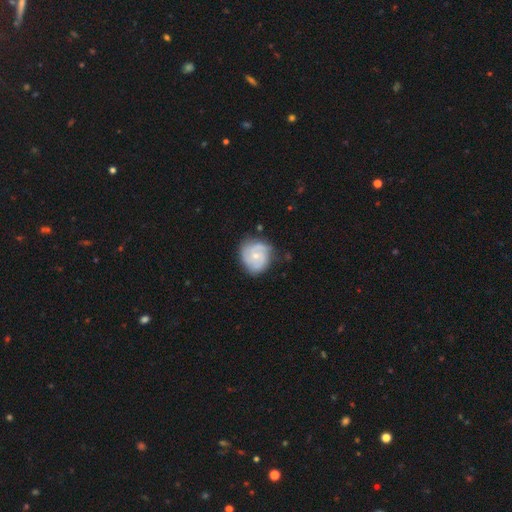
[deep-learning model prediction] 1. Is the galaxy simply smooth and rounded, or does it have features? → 73% featured or disk, 22% smooth, 6% star or artifact.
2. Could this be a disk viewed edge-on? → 98% no, 2% yes.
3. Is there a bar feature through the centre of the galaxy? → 72% no, 24% weak, 4% strong.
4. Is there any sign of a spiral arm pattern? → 91% yes, 9% no.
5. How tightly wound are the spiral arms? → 54% tight, 37% medium, 10% loose.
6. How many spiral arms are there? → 36% 2, 34% 3, 19% can't tell, 4% 1, 4% 4, 3% more than 4.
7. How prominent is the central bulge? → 51% small, 45% moderate, 1% none, 1% large, 1% dominant.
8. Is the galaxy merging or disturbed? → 68% none, 23% minor disturbance, 7% major disturbance, 2% merger.